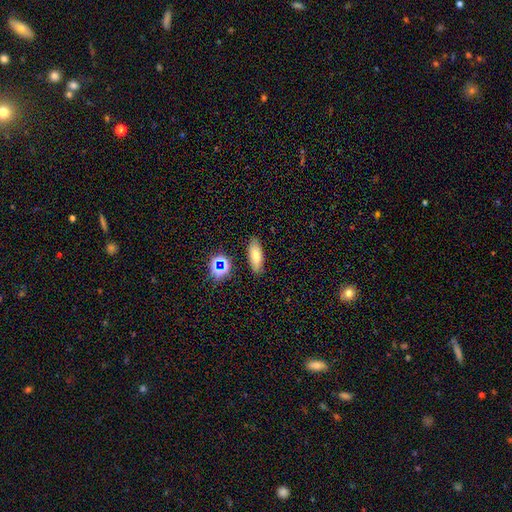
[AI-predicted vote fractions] This is likely a smooth galaxy (66%). How rounded: likely in between (68%). Merging: clearly none (85%).